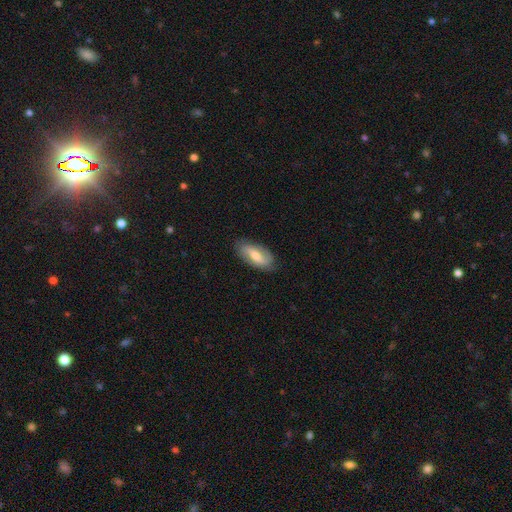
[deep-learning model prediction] smooth_or_featured: featured or disk (p=0.56) [alt: smooth p=0.38]
disk_edge_on: no (p=0.90) [alt: yes p=0.10]
bar: weak (p=0.43) [alt: strong p=0.34]
has_spiral_arms: yes (p=0.80) [alt: no p=0.20]
bulge_size: moderate (p=0.59) [alt: small p=0.31]
merging: none (p=0.81) [alt: minor disturbance p=0.14]